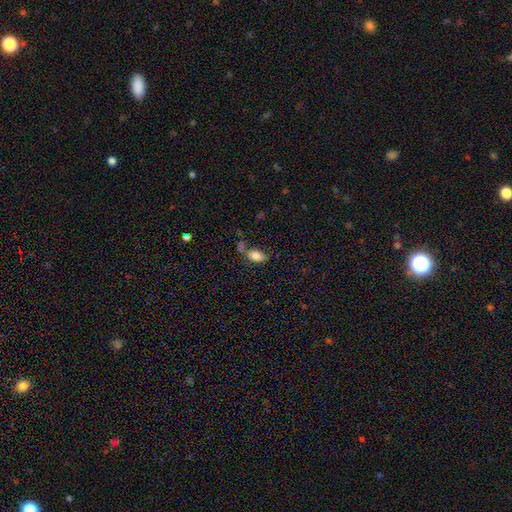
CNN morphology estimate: Smooth or featured? smooth (82%)
How rounded? in between (92%)
Merging? none (57%)